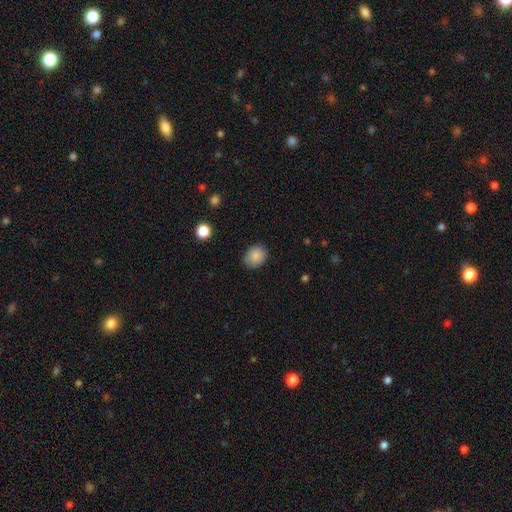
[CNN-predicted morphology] Smooth or featured? smooth (87%)
How rounded? round (53%)
Merging? none (81%)